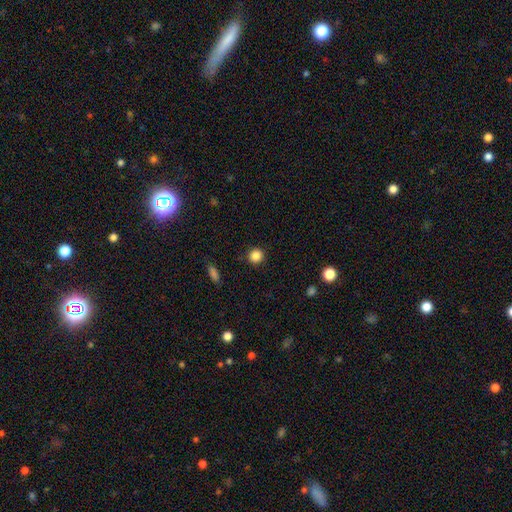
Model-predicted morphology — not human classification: Smooth or featured: smooth — 85% (star or artifact — 11%)
How rounded: round — 93% (in between — 6%)
Merging: none — 91% (minor disturbance — 5%)